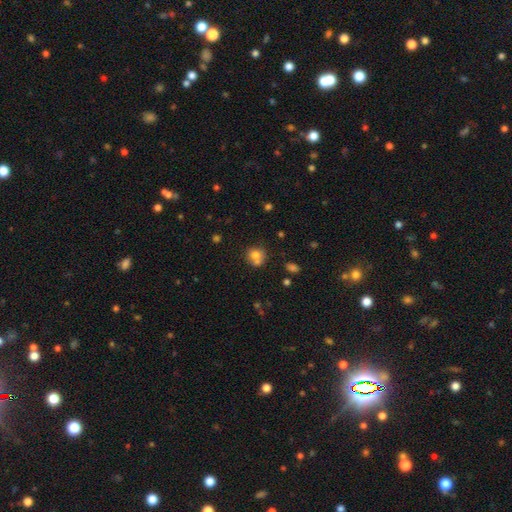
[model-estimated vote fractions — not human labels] The model was most divided on "merging": none: 50%, merger: 32%, minor disturbance: 14%, major disturbance: 5%. More confident: how rounded — round (80%); smooth or featured — smooth (74%).